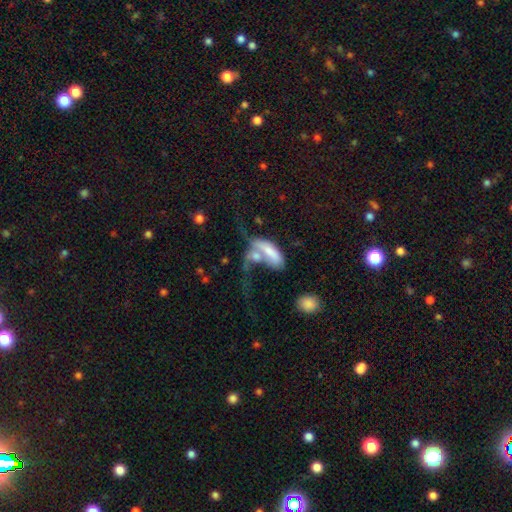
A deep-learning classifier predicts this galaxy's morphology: Overall: smooth (56%; featured or disk 36%). How rounded: in between (69%). Merging: merger (65%).